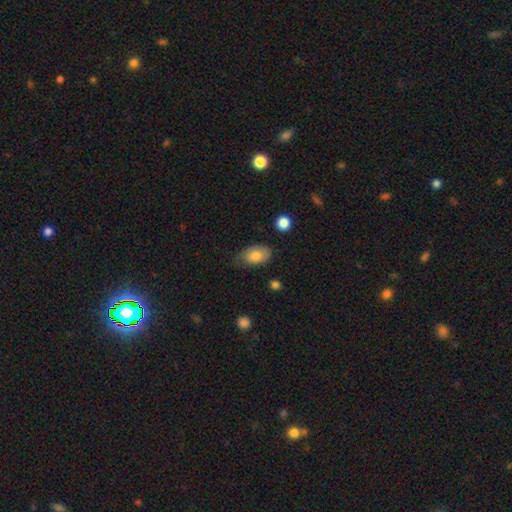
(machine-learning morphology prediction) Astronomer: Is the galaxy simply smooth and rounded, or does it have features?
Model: smooth — 80%.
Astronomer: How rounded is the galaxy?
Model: in between — 90%.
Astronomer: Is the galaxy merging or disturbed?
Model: none — 60%.